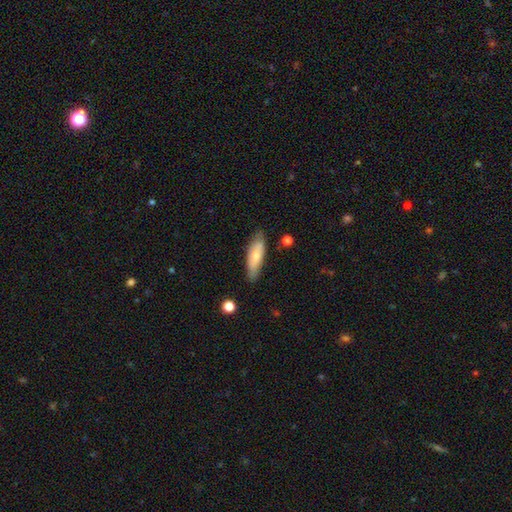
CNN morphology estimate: Smooth or featured: smooth — 66% (featured or disk — 28%)
How rounded: cigar-shaped — 49% (tied with in between — 49%)
Merging: none — 76% (minor disturbance — 18%)